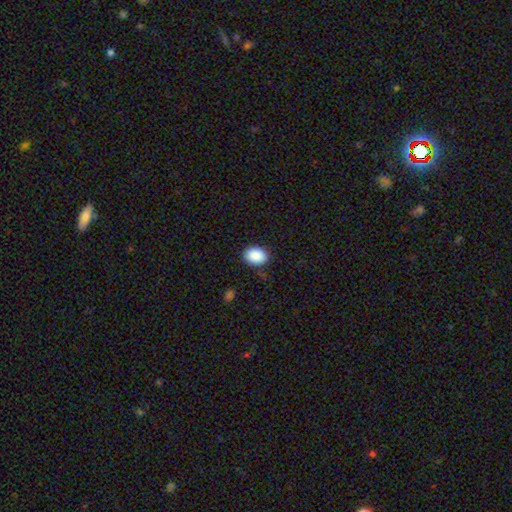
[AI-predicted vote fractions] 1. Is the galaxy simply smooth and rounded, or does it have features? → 89% smooth, 7% star or artifact, 4% featured or disk.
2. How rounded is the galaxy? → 70% in between, 29% round, 1% cigar-shaped.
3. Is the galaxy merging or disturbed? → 84% none, 12% minor disturbance, 3% major disturbance, 2% merger.